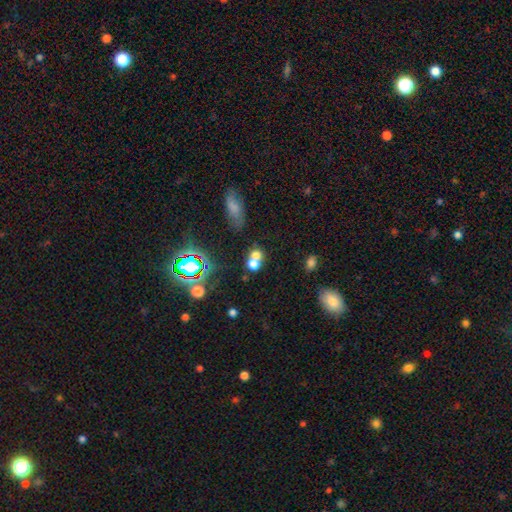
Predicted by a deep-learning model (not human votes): Smooth or featured: smooth — 64% (star or artifact — 21%)
How rounded: round — 70% (in between — 28%)
Merging: merger — 50% (none — 38%)